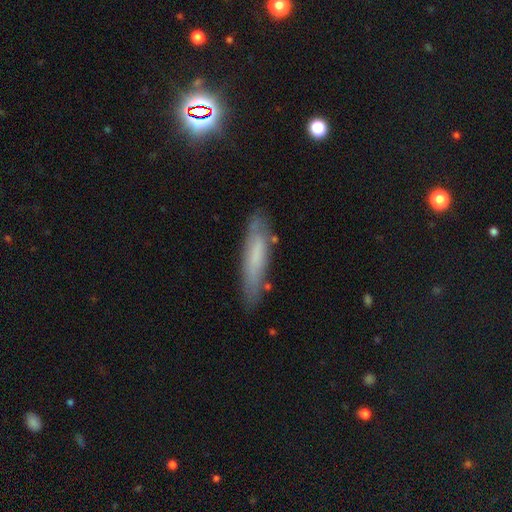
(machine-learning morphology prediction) This is possibly a smooth galaxy (60%). How rounded: clearly cigar-shaped (80%). Merging: likely none (76%).